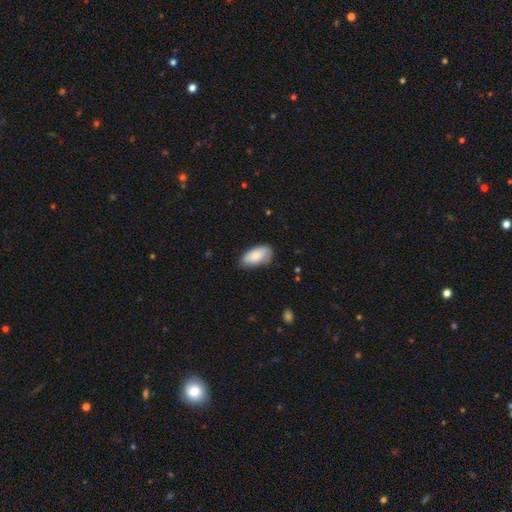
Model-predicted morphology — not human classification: Smooth or featured? smooth (81%)
How rounded? in between (94%)
Merging? none (70%)